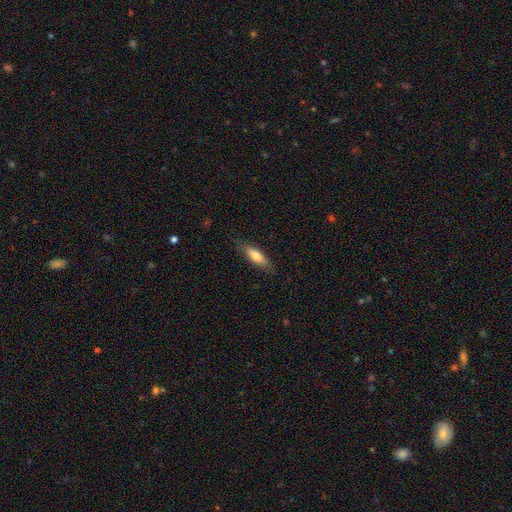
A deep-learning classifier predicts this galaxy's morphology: Smooth or featured: smooth — 71% (featured or disk — 23%)
How rounded: cigar-shaped — 59% (in between — 39%)
Merging: none — 82% (minor disturbance — 14%)